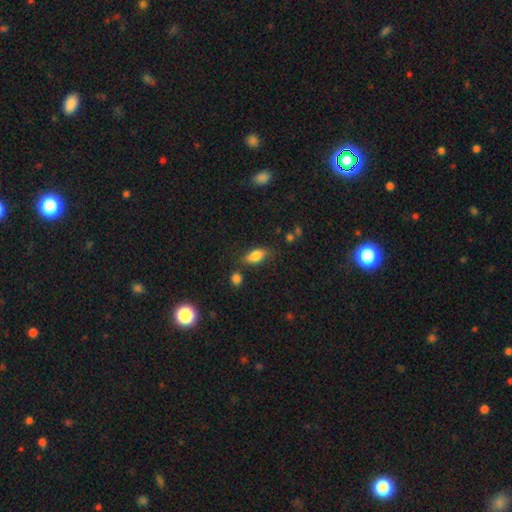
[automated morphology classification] Smooth or featured?
  - smooth: 78% *
  - featured or disk: 14%
  - star or artifact: 8%
How rounded?
  - in between: 84% *
  - cigar-shaped: 11%
  - round: 5%
Merging?
  - none: 69% *
  - minor disturbance: 20%
  - major disturbance: 6%
  - merger: 5%